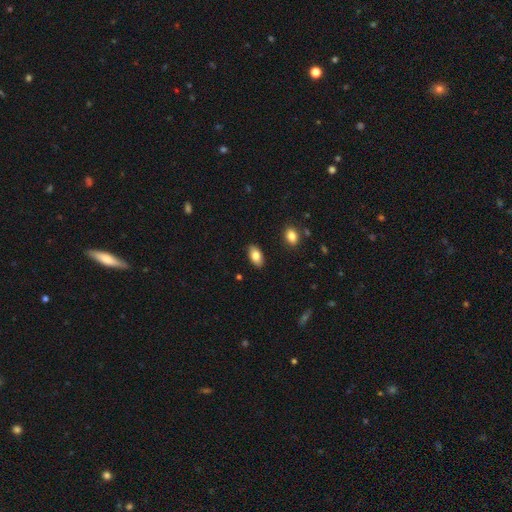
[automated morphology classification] smooth-or-featured: smooth: 83% | featured or disk: 10% | star or artifact: 7%
  how-rounded: in between: 93% | round: 4% | cigar-shaped: 3%
  merging: none: 88% | minor disturbance: 9% | major disturbance: 2% | merger: 1%